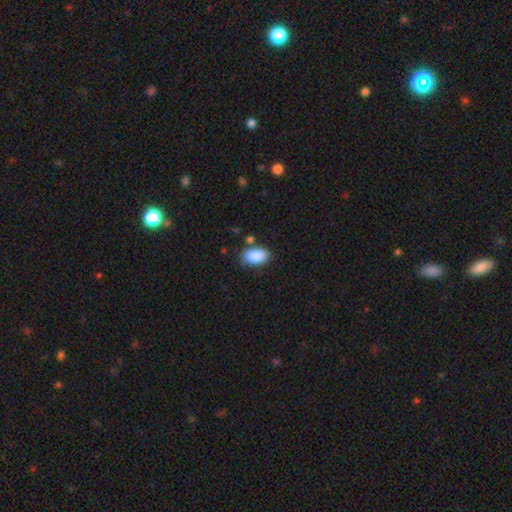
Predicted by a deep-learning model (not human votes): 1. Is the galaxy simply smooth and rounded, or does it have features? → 89% smooth, 7% star or artifact, 4% featured or disk.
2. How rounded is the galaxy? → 93% in between, 5% round, 2% cigar-shaped.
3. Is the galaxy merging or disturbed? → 77% none, 14% minor disturbance, 5% merger, 3% major disturbance.